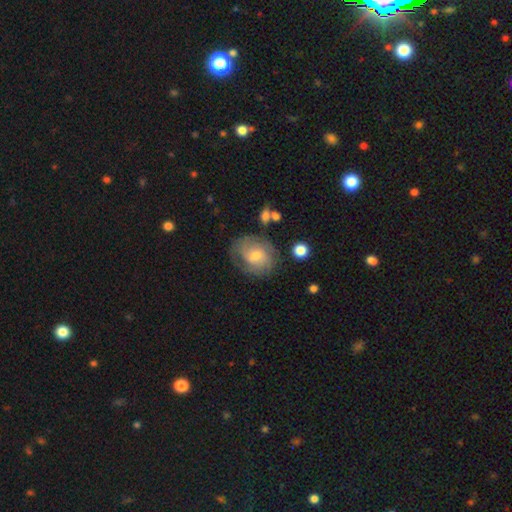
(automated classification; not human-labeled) Overall: featured or disk (58%; smooth 34%). Edge-on disk: no (97%). Bar: no (60%; weak 35%). Spiral arms: yes (82%). Bulge size: moderate (50%; small 43%). Merging: none (66%).